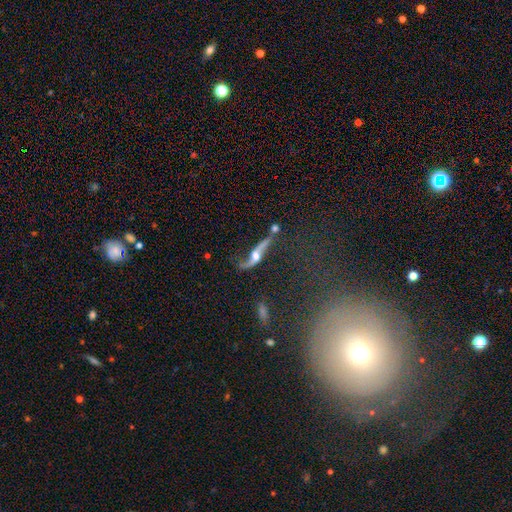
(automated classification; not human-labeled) Q: Smooth or featured?
A: featured or disk (83%); runner-up: smooth (10%)
Q: Edge-on disk?
A: no (72%); runner-up: yes (28%)
Q: Bar?
A: no (63%); runner-up: weak (26%)
Q: Spiral arms?
A: yes (91%); runner-up: no (9%)
Q: Spiral winding?
A: loose (93%); runner-up: medium (5%)
Q: Spiral arm count?
A: 2 (90%); runner-up: 1 (5%)
Q: Bulge size?
A: moderate (57%); runner-up: small (22%)
Q: Merging?
A: none (49%); runner-up: minor disturbance (20%)